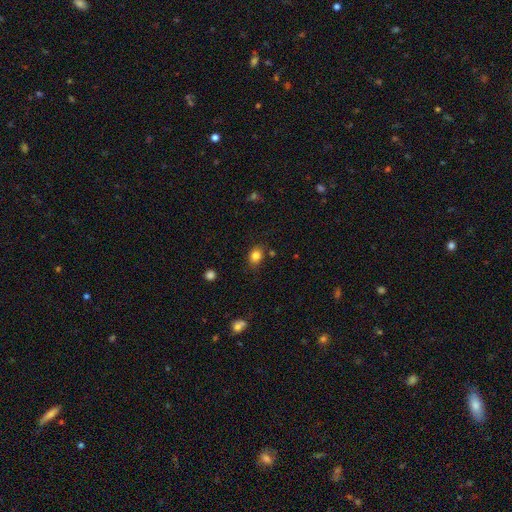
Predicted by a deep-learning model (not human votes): A smooth galaxy with no disk features (83%) that is in between round and cigar-shaped (56%). Merging: none (80%).